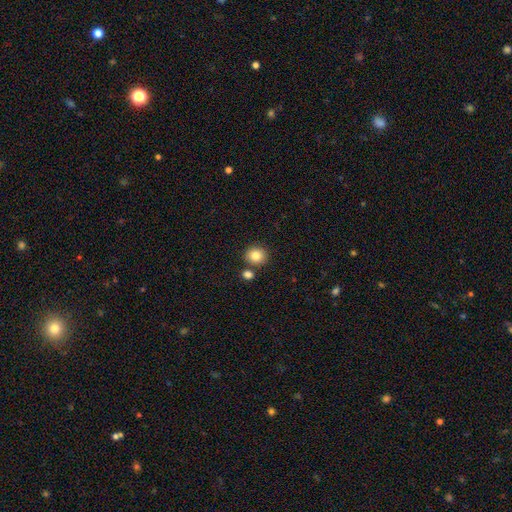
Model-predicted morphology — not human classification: Smooth or featured: smooth — 83% (star or artifact — 10%)
How rounded: round — 87% (in between — 13%)
Merging: none — 78% (merger — 12%)